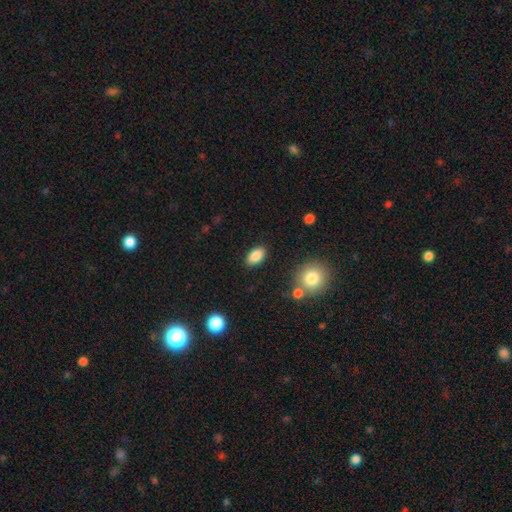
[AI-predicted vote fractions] This is clearly a smooth galaxy (87%). How rounded: clearly in between (92%). Merging: clearly none (87%).